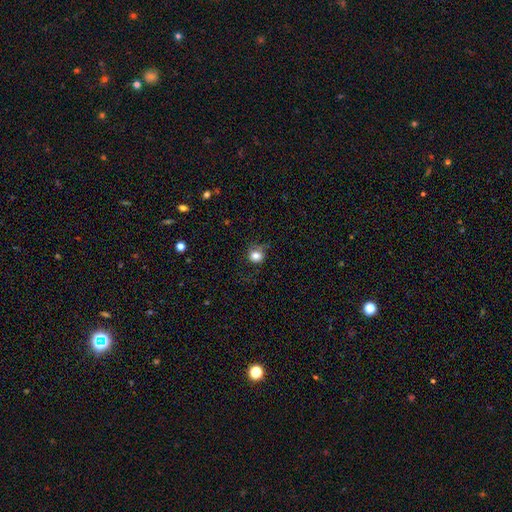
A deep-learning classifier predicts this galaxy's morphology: smooth_or_featured: smooth (p=0.79) [alt: star or artifact p=0.11]
how_rounded: round (p=0.78) [alt: in between p=0.21]
merging: none (p=0.63) [alt: minor disturbance p=0.23]